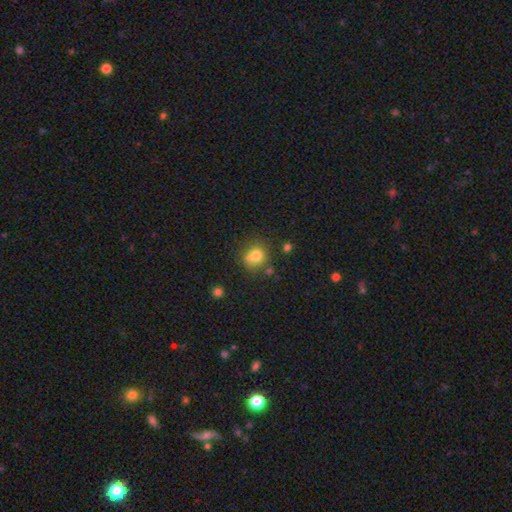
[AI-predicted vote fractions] A smooth galaxy with no disk features (75%) that is round (85%). Merging: none (60%).